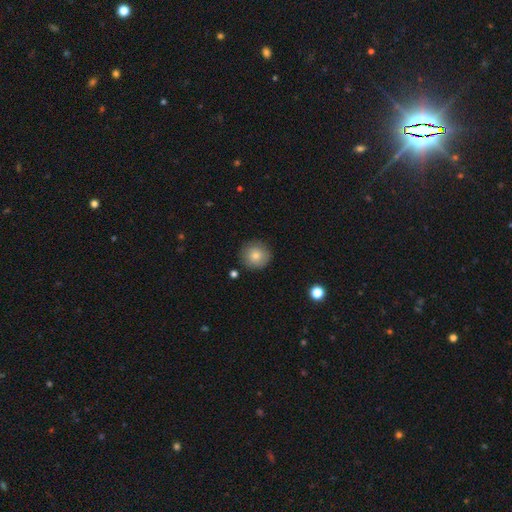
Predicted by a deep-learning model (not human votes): A smooth galaxy with no disk features (83%) that is round (93%).

Vote fractions:
- Smooth or featured? smooth: 83% / featured or disk: 9% / star or artifact: 8%
- How rounded? round: 93% / in between: 6% / cigar-shaped: 1%
- Merging? none: 87% / minor disturbance: 9% / major disturbance: 2% / merger: 2%